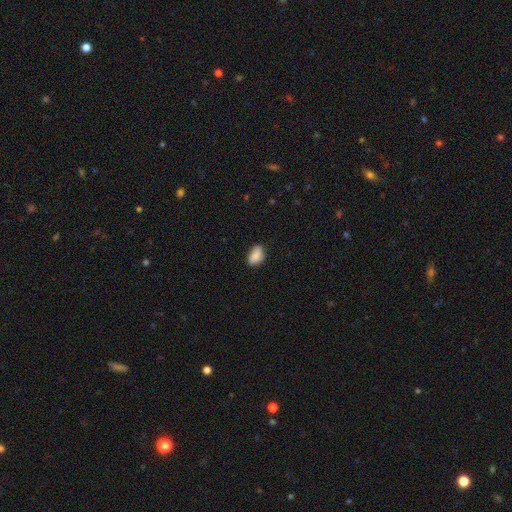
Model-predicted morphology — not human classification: This appears to be a smooth galaxy with no disk features (83%) that is in between round and cigar-shaped (88%). Merging: none (76%).